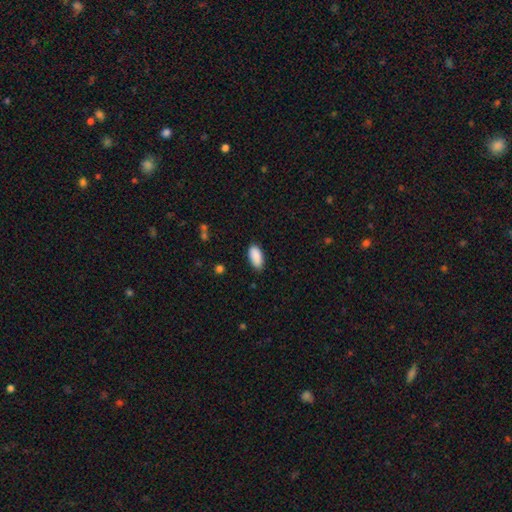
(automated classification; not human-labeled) Overall: smooth (90%). How rounded: in between (91%). Merging: none (83%).